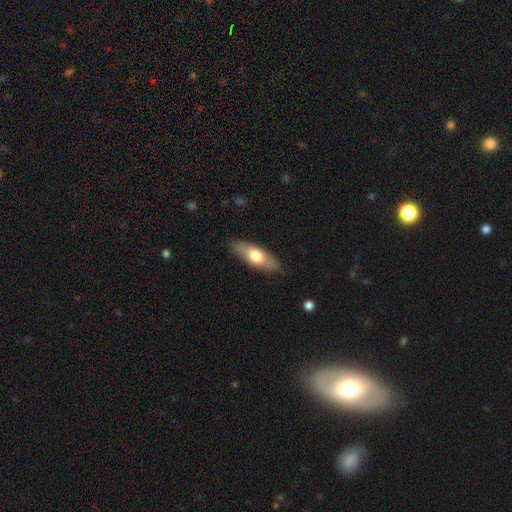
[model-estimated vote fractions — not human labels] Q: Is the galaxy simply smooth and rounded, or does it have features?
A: smooth — 65%.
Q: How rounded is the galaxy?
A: in between — 62%.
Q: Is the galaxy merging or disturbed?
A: none — 86%.